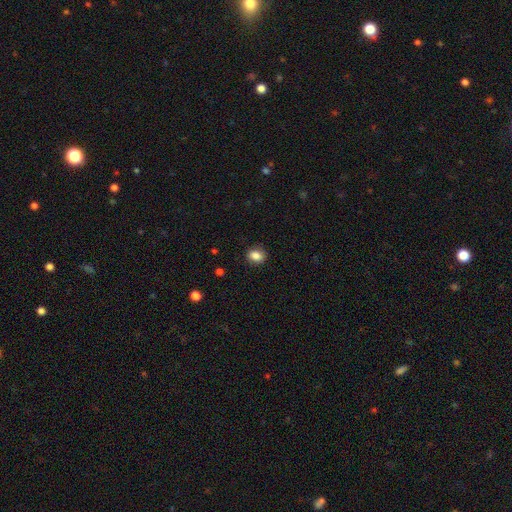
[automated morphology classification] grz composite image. It shows a smooth galaxy with no disk features (85%) that is in between round and cigar-shaped (58%). Merging: none (85%).